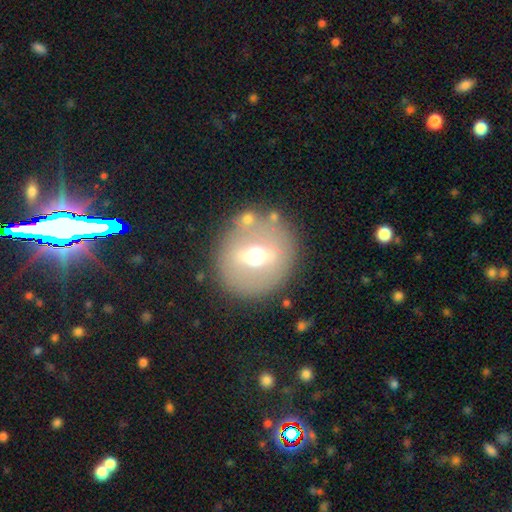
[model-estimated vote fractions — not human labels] A featured or disk galaxy (49%). Merging: none (80%).